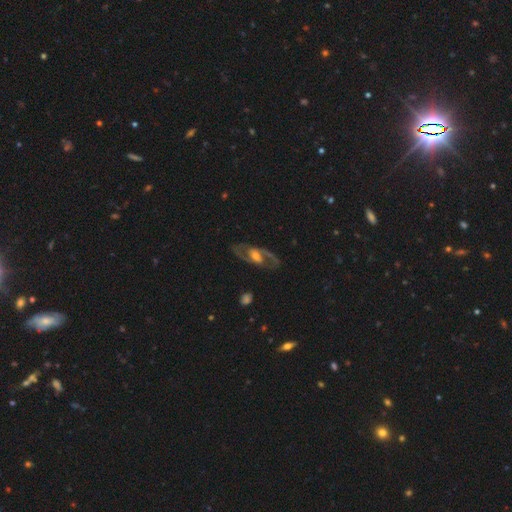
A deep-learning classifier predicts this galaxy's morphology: This appears to be a featured or disk galaxy (82%) with a weak bar (42%), 2 (89%) medium (56%) spiral arms (85%) and a moderate central bulge (55%). Merging: none (80%).